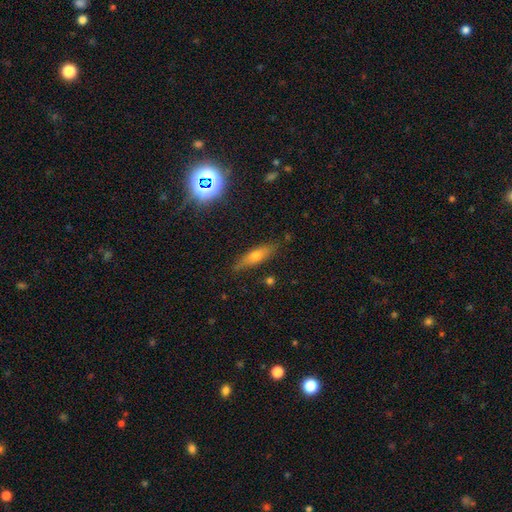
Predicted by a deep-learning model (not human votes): The model was most divided on "smooth or featured": smooth: 48%, featured or disk: 38%, star or artifact: 14%. More confident: merging — none (84%).